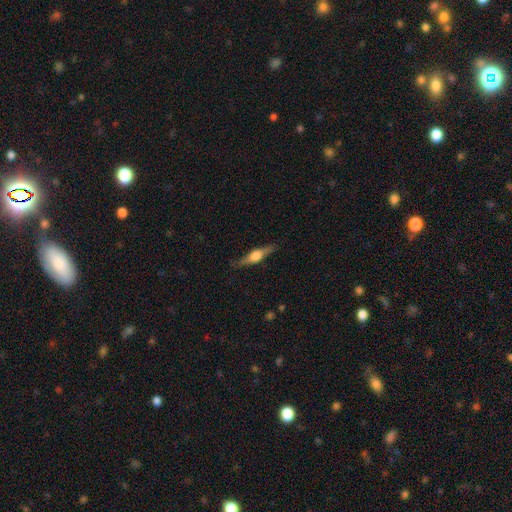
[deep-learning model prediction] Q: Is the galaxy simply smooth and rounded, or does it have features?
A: featured or disk — 68%.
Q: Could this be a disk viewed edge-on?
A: yes — 96%.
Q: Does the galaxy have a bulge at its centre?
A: rounded — 87%.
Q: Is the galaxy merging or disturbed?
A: none — 85%.